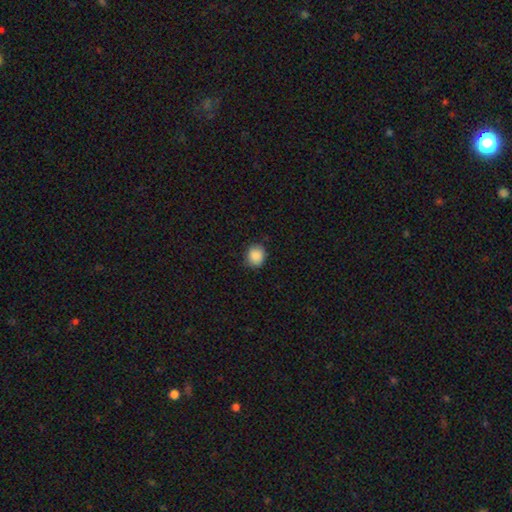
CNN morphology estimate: A smooth galaxy with no disk features (88%) that is round (77%).

Vote fractions:
- Smooth or featured? smooth: 88% / star or artifact: 9% / featured or disk: 3%
- How rounded? round: 77% / in between: 22% / cigar-shaped: 1%
- Merging? none: 83% / minor disturbance: 14% / major disturbance: 3% / merger: 1%